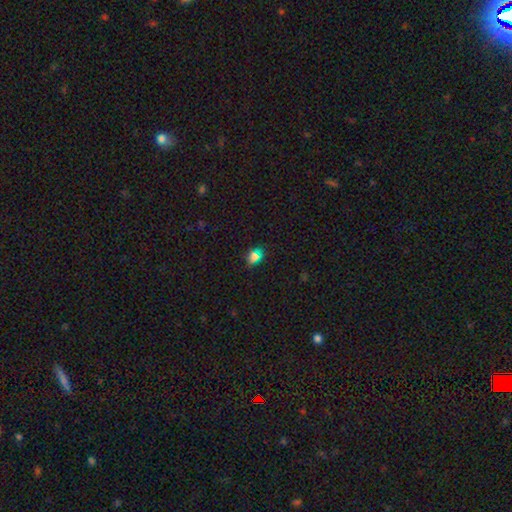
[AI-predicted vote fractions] Smooth or featured: smooth — 61% (star or artifact — 32%)
How rounded: in between — 53% (round — 42%)
Merging: none — 82% (minor disturbance — 11%)